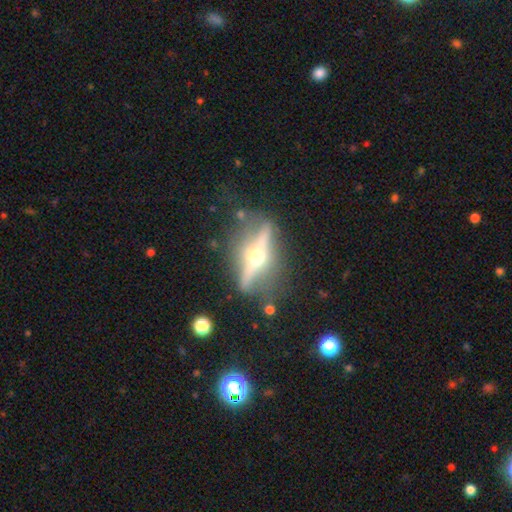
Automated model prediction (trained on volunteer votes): featured or disk 83%, smooth 11%, star or artifact 6%. Down the decision tree: edge-on disk — yes (88%); edge-on bulge — rounded (96%); merging — none (76%).